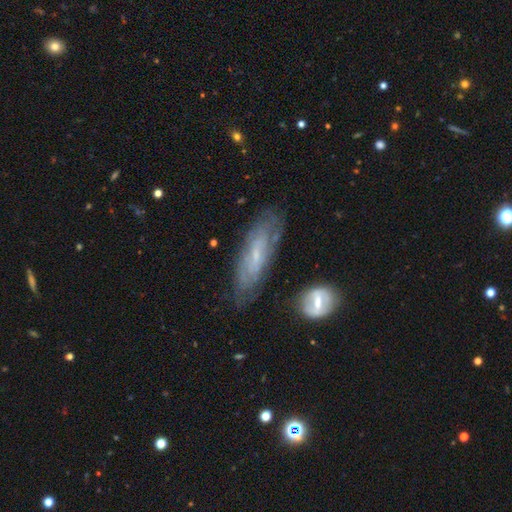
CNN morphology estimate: Smooth or featured? Predicted: featured or disk (p=0.65). Edge-on disk? Predicted: no (p=0.73). Merging? Predicted: none (p=0.71).